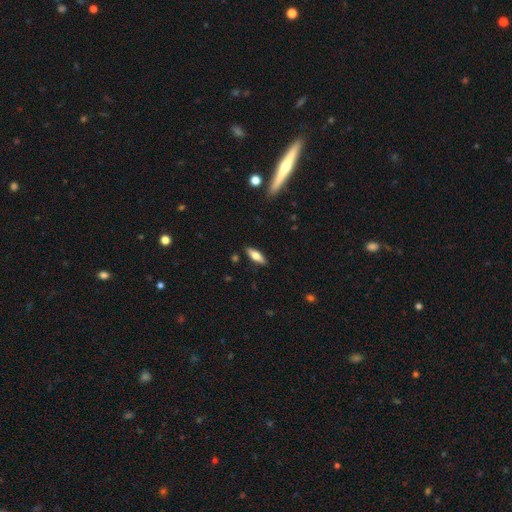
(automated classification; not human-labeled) Smooth or featured? Predicted: smooth (p=0.63). How rounded? Predicted: in between (p=0.61). Merging? Predicted: none (p=0.88).